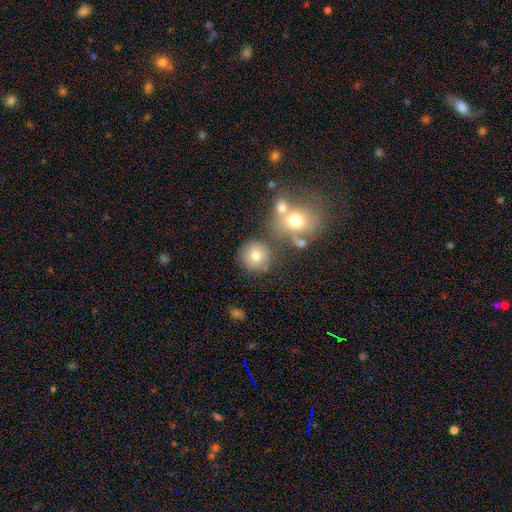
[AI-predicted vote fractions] smooth-or-featured: smooth: 75% | star or artifact: 13% | featured or disk: 12%
  how-rounded: round: 92% | in between: 7% | cigar-shaped: 1%
  merging: none: 74% | merger: 13% | minor disturbance: 9% | major disturbance: 4%